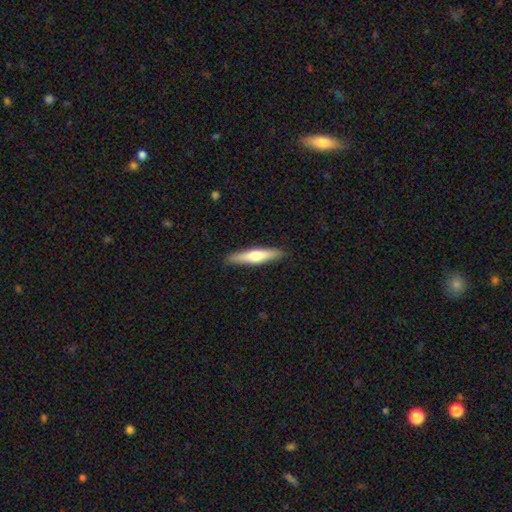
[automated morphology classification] type=smooth (55%); roundness=cigar-shaped (85%); merging=none (90%).